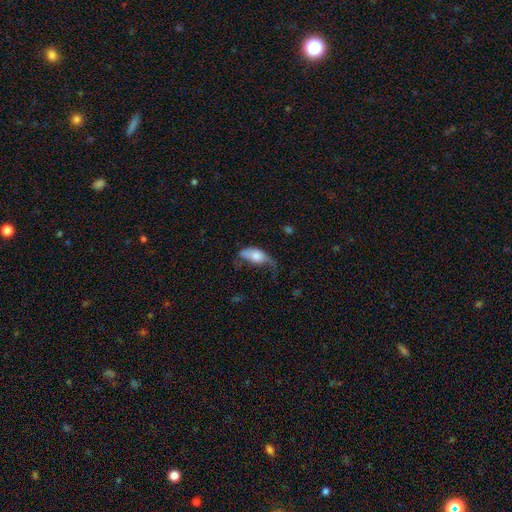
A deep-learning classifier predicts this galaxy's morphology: Q: Smooth or featured?
A: smooth (65%); runner-up: featured or disk (28%)
Q: How rounded?
A: in between (84%); runner-up: cigar-shaped (11%)
Q: Merging?
A: major disturbance (45%); runner-up: minor disturbance (28%)